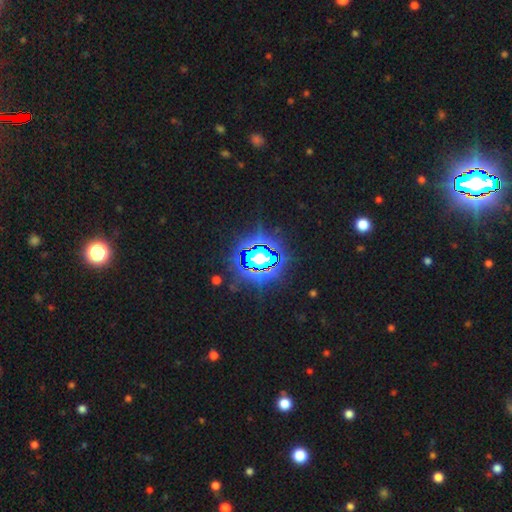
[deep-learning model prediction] smooth-or-featured: star or artifact: 82% | smooth: 11% | featured or disk: 7%